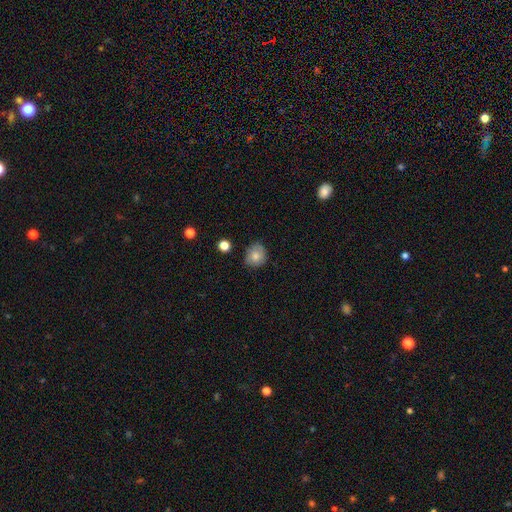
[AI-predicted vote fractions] Smooth or featured? smooth (75%)
How rounded? round (78%)
Merging? none (73%)